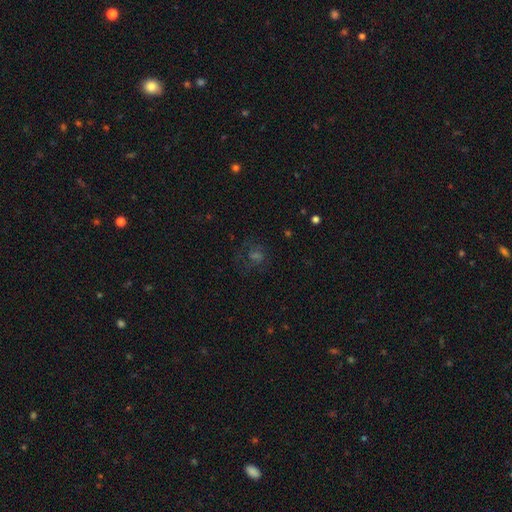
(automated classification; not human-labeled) Q: Smooth or featured?
A: star or artifact (40%); runner-up: smooth (36%)